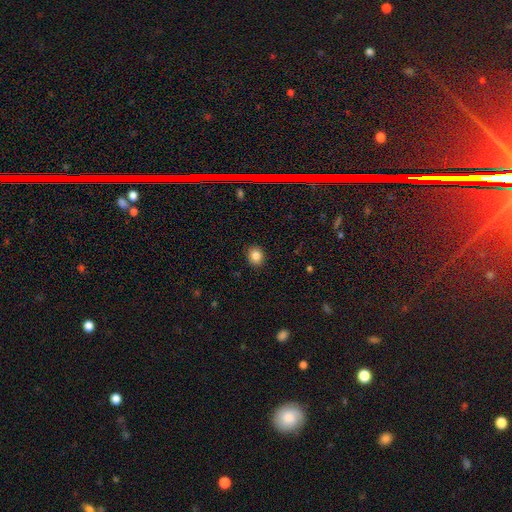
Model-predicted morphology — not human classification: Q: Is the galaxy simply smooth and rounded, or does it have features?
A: smooth — 83%.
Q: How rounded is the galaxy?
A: round — 69%.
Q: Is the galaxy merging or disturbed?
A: none — 90%.